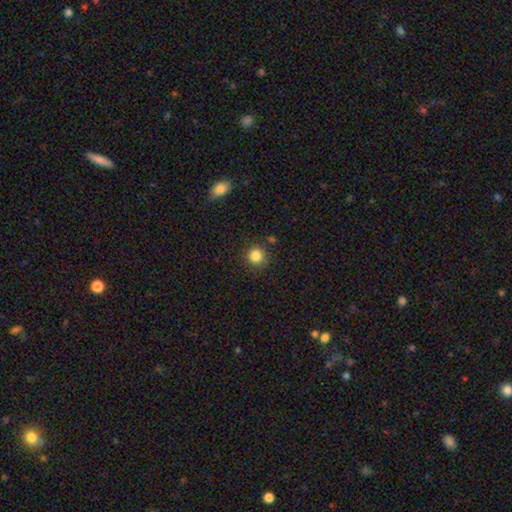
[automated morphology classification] smooth_or_featured: smooth (p=0.85) [alt: star or artifact p=0.11]
how_rounded: round (p=0.93) [alt: in between p=0.06]
merging: none (p=0.87) [alt: minor disturbance p=0.08]